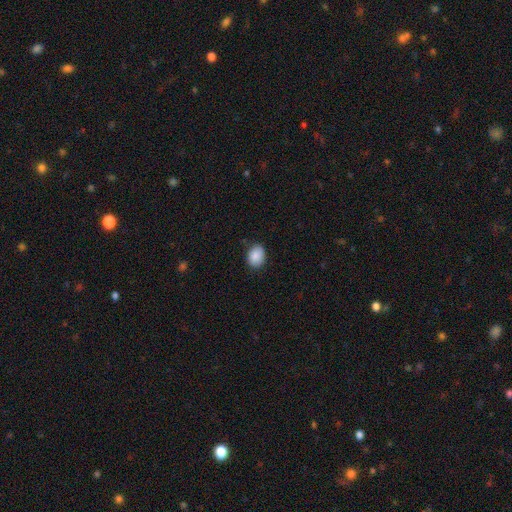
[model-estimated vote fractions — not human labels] Smooth or featured?
  - smooth: 88% *
  - star or artifact: 7%
  - featured or disk: 4%
How rounded?
  - in between: 63% *
  - round: 36%
  - cigar-shaped: 1%
Merging?
  - none: 80% *
  - minor disturbance: 16%
  - major disturbance: 3%
  - merger: 1%